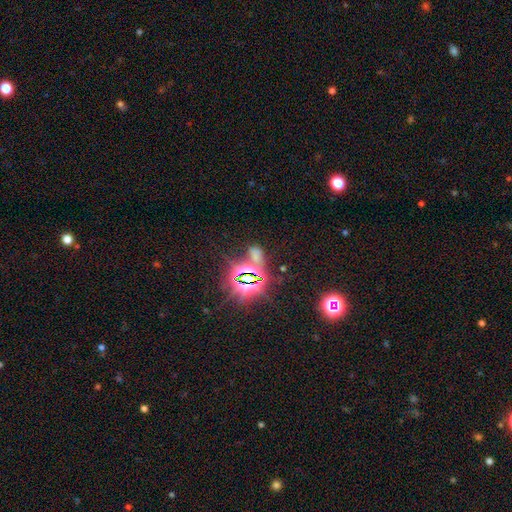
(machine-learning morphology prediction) Q: Smooth or featured?
A: star or artifact (66%); runner-up: smooth (25%)